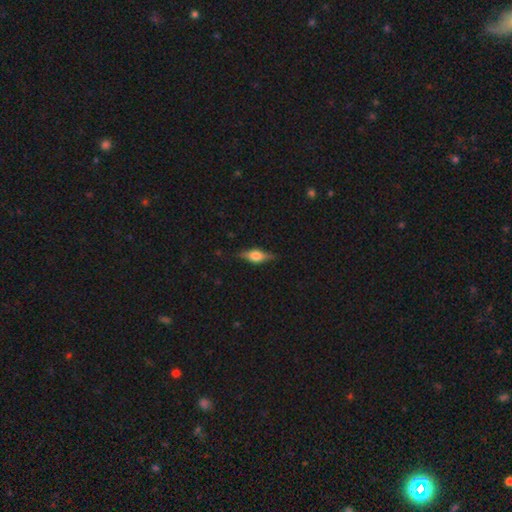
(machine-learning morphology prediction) Q: Smooth or featured?
A: featured or disk (59%); runner-up: smooth (33%)
Q: Edge-on disk?
A: yes (95%); runner-up: no (5%)
Q: Edge-on bulge?
A: rounded (90%); runner-up: boxy (9%)
Q: Merging?
A: none (84%); runner-up: minor disturbance (12%)